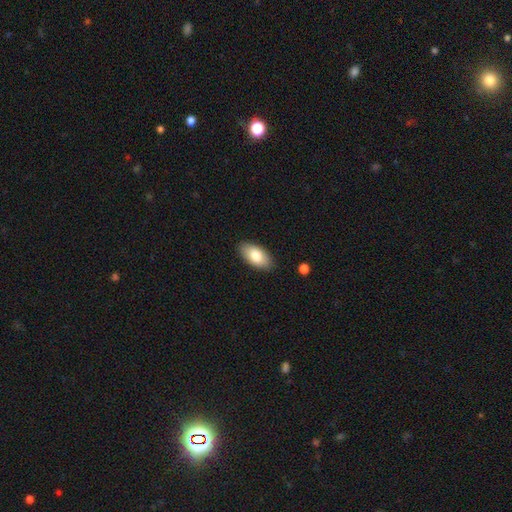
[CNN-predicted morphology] smooth_or_featured: smooth (p=0.81) [alt: featured or disk p=0.13]
how_rounded: in between (p=0.94) [alt: cigar-shaped p=0.03]
merging: none (p=0.87) [alt: minor disturbance p=0.10]